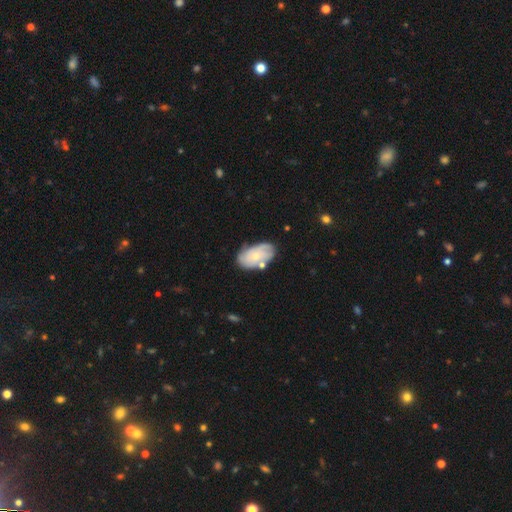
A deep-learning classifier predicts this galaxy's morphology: Smooth or featured?
  - featured or disk: 52% *
  - smooth: 41%
  - star or artifact: 6%
Edge-on disk?
  - no: 95% *
  - yes: 5%
Merging?
  - none: 58% *
  - minor disturbance: 24%
  - merger: 12%
  - major disturbance: 7%